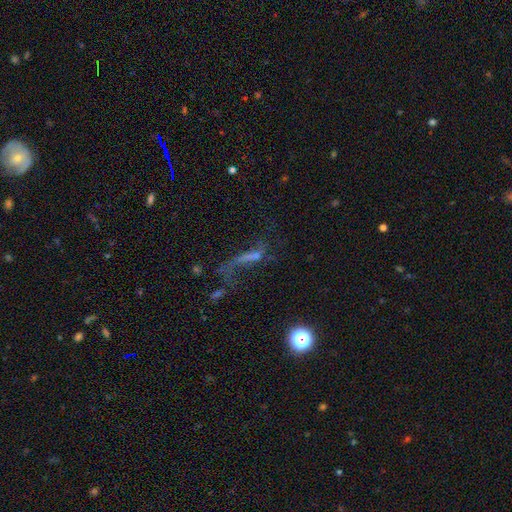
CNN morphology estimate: The model was most divided on "merging": major disturbance: 40%, none: 34%, minor disturbance: 15%, merger: 11%. Remaining: smooth or featured — featured or disk (47%).